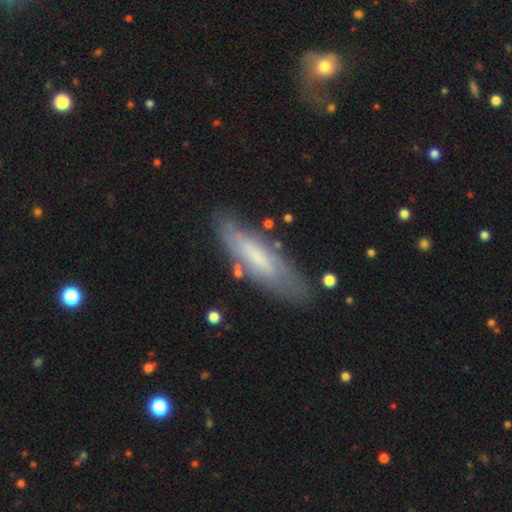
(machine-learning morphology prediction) A smooth galaxy with no disk features (50%) that is cigar-shaped (58%).

Vote fractions:
- Smooth or featured? smooth: 50% / featured or disk: 43% / star or artifact: 6%
- How rounded? cigar-shaped: 58% / in between: 40% / round: 1%
- Merging? none: 76% / minor disturbance: 16% / major disturbance: 5% / merger: 3%